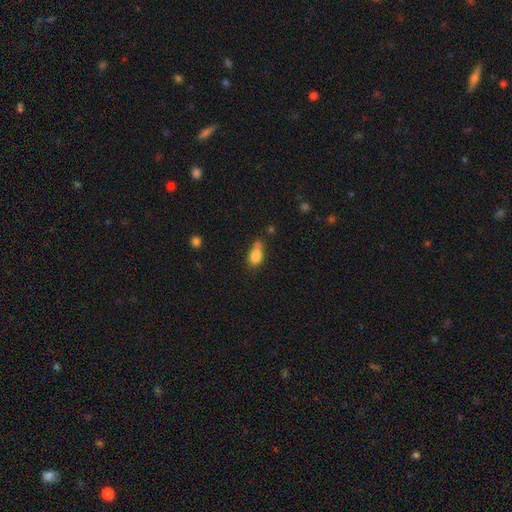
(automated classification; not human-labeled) smooth_or_featured: smooth (p=0.80) [alt: star or artifact p=0.11]
how_rounded: in between (p=0.77) [alt: round p=0.18]
merging: none (p=0.40) [alt: minor disturbance p=0.26]